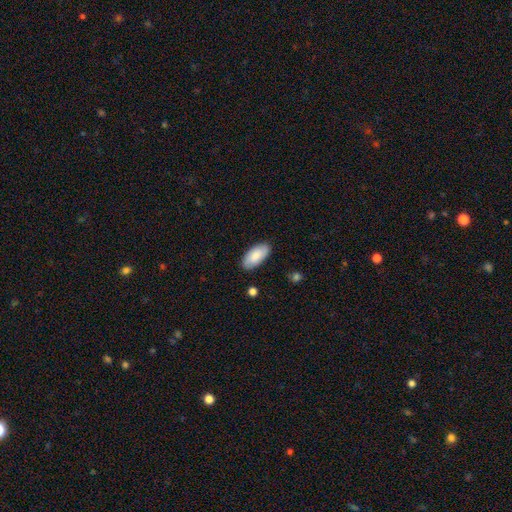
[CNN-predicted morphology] Q: Smooth or featured?
A: smooth (82%); runner-up: featured or disk (12%)
Q: How rounded?
A: in between (93%); runner-up: cigar-shaped (5%)
Q: Merging?
A: none (86%); runner-up: minor disturbance (11%)